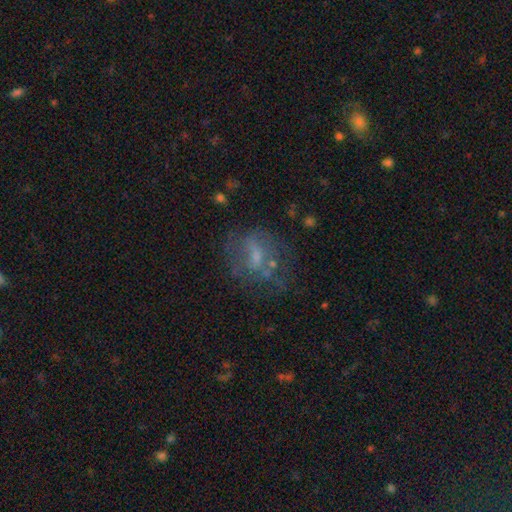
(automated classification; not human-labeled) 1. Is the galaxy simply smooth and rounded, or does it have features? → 49% featured or disk, 37% smooth, 15% star or artifact.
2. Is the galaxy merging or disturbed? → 50% none, 23% major disturbance, 21% minor disturbance, 6% merger.